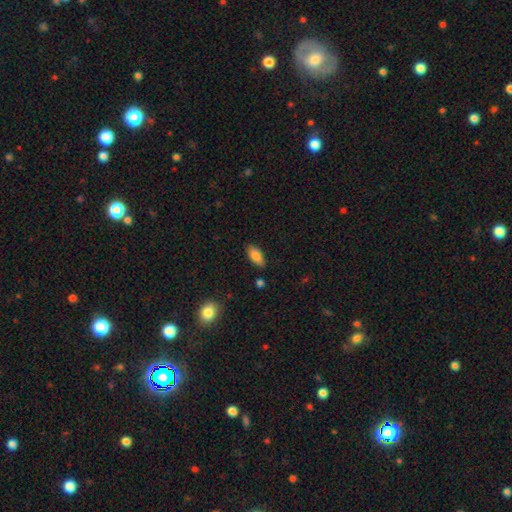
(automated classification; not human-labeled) A smooth galaxy with no disk features (85%) that is in between round and cigar-shaped (89%). Merging: none (84%).